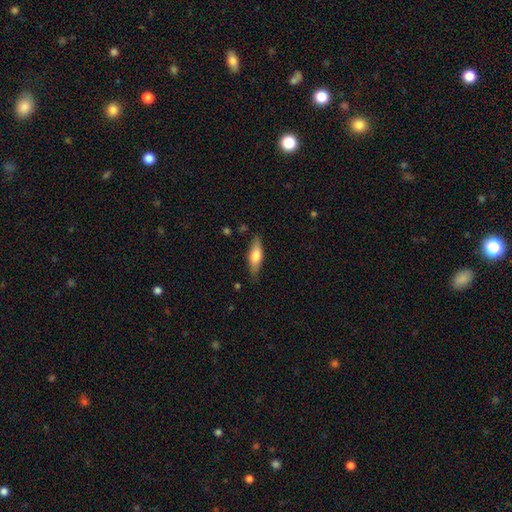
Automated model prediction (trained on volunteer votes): This appears to be a smooth galaxy with no disk features (62%) that is in between round and cigar-shaped (54%). Merging: none (80%).